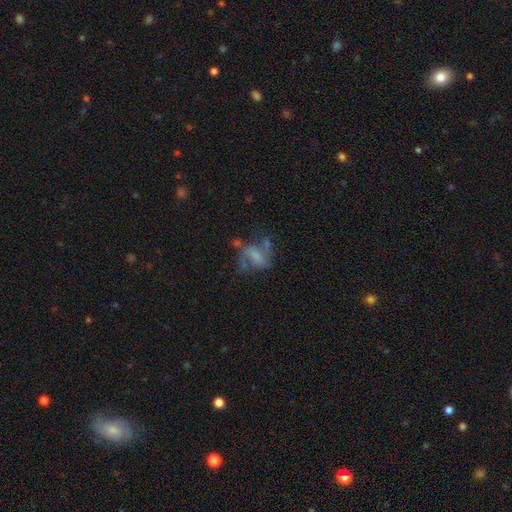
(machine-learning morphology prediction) smooth-or-featured: featured or disk: 50% | smooth: 36% | star or artifact: 14%
  disk-edge-on: no: 96% | yes: 4%
  merging: none: 34% | major disturbance: 33% | minor disturbance: 20% | merger: 14%